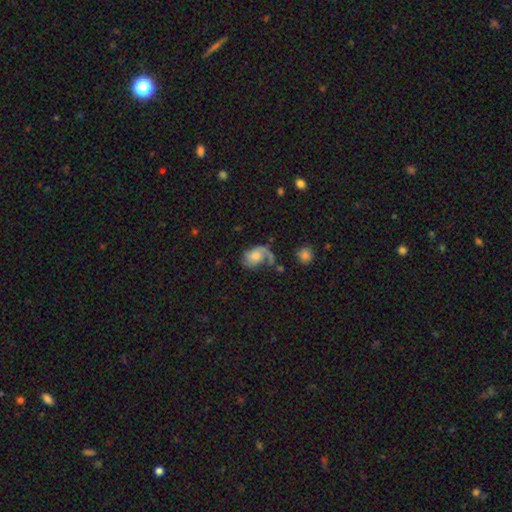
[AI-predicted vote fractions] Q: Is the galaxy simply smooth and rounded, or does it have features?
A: featured or disk — 58%.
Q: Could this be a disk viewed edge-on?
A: no — 97%.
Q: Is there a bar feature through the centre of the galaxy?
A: no — 72%.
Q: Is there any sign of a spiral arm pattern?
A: yes — 86%.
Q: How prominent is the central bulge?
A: moderate — 46%.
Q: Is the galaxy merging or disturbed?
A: none — 40%.